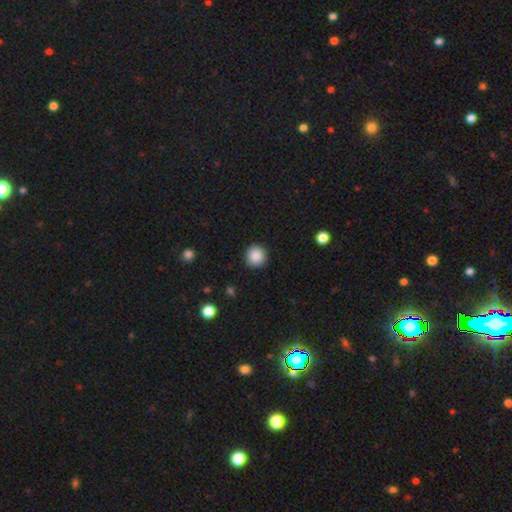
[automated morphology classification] Smooth or featured: smooth — 88% (star or artifact — 9%)
How rounded: round — 94% (in between — 5%)
Merging: none — 91% (minor disturbance — 6%)